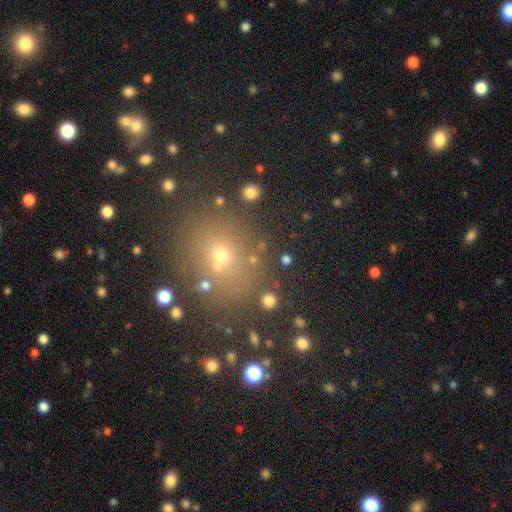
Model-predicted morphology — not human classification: Smooth or featured? Predicted: smooth (p=0.57). How rounded? Predicted: round (p=0.65). Merging? Predicted: none (p=0.81).